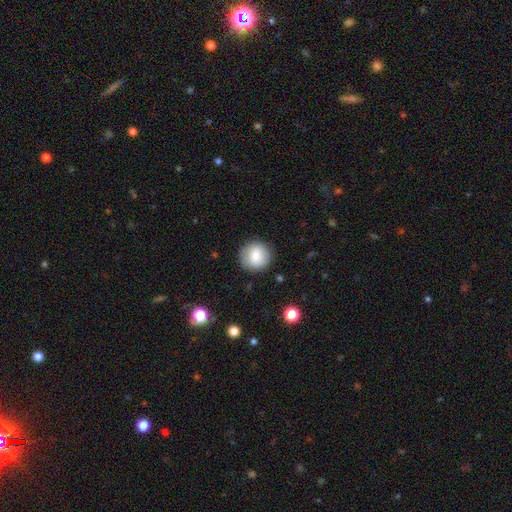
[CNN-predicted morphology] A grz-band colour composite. It shows a smooth galaxy with no disk features (78%) that is round (94%). Merging: none (88%).